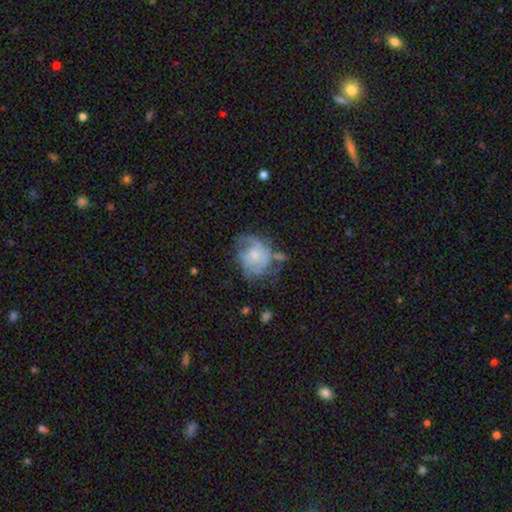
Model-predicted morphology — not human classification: Smooth or featured: featured or disk — 67% (smooth — 25%)
Edge-on disk: no — 98% (yes — 2%)
Bar: no — 74% (weak — 23%)
Spiral arms: yes — 76% (no — 24%)
Spiral winding: tight — 42% (medium — 39%)
Spiral arm count: can't tell — 41% (2 — 26%)
Bulge size: small — 52% (moderate — 36%)
Merging: none — 40% (minor disturbance — 27%)